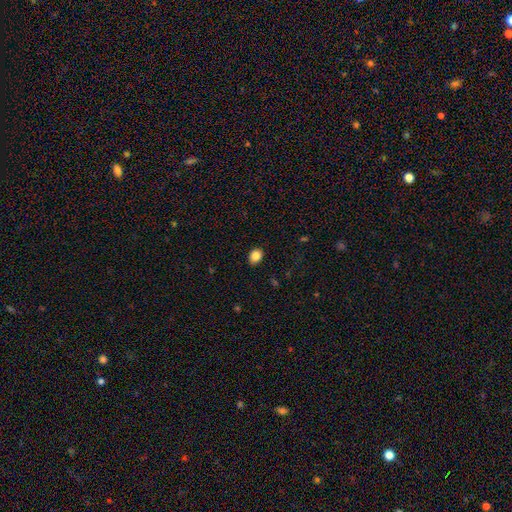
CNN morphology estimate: smooth-or-featured: smooth: 85% | star or artifact: 10% | featured or disk: 5%
  how-rounded: in between: 57% | round: 42% | cigar-shaped: 1%
  merging: none: 89% | minor disturbance: 8% | major disturbance: 2% | merger: 1%